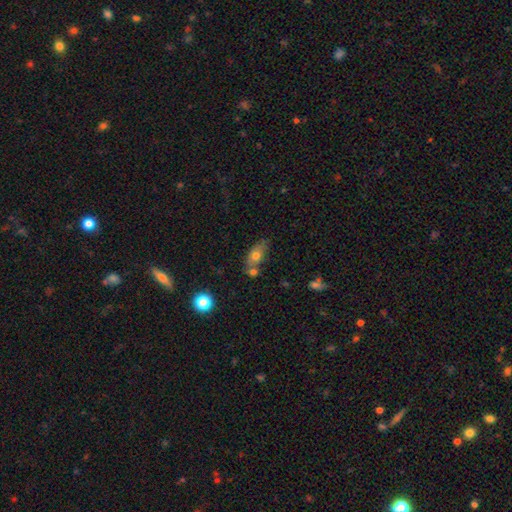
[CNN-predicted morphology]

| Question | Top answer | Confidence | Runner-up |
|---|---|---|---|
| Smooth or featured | smooth | 71% | featured or disk (19%) |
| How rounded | in between | 80% | round (11%) |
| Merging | none | 46% | merger (30%) |